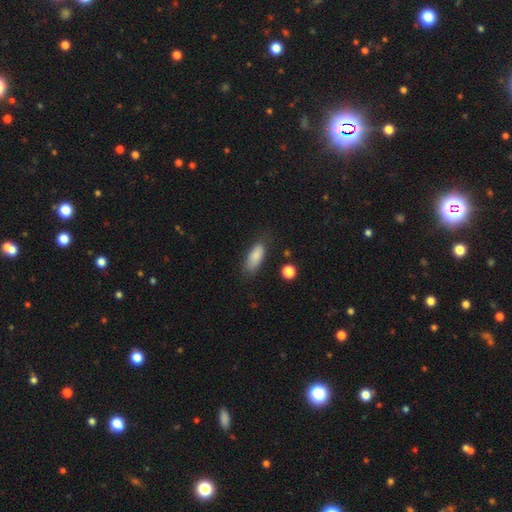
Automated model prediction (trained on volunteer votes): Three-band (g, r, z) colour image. It shows a smooth galaxy with no disk features (85%) that is in between round and cigar-shaped (79%). Merging: none (71%).